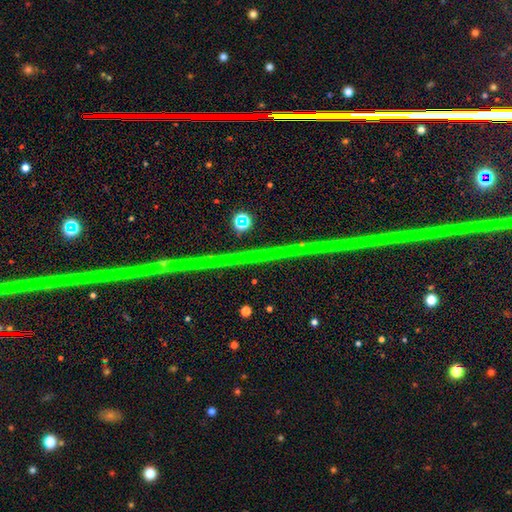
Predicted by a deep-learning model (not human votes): Smooth or featured?
  - star or artifact: 86% *
  - featured or disk: 8%
  - smooth: 6%